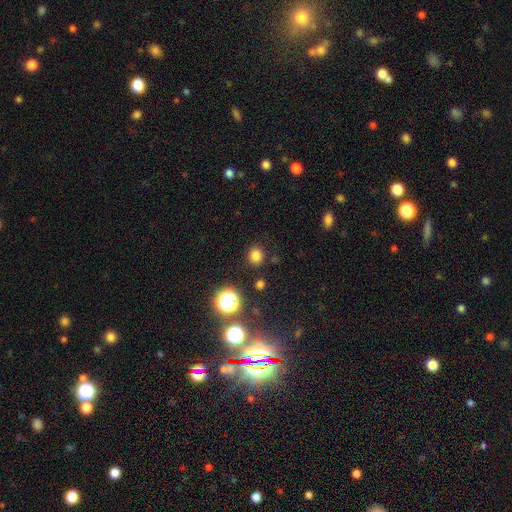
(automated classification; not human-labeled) smooth-or-featured: smooth: 78% | star or artifact: 17% | featured or disk: 5%
  how-rounded: round: 87% | in between: 12% | cigar-shaped: 1%
  merging: none: 88% | minor disturbance: 7% | major disturbance: 3% | merger: 2%